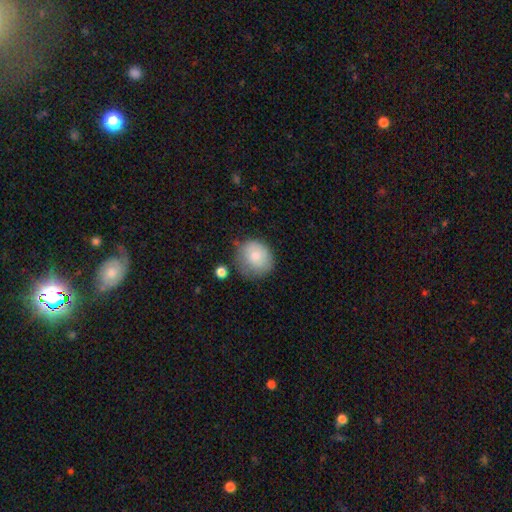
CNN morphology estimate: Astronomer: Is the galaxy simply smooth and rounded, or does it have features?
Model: smooth — 77%.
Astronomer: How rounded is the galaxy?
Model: round — 80%.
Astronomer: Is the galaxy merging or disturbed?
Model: none — 64%.